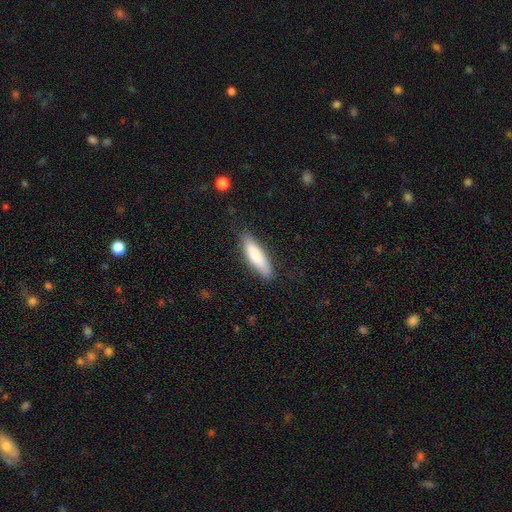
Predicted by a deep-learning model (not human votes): smooth 82%, featured or disk 12%, star or artifact 5%. Down the decision tree: how rounded — cigar-shaped (63%); merging — none (84%).